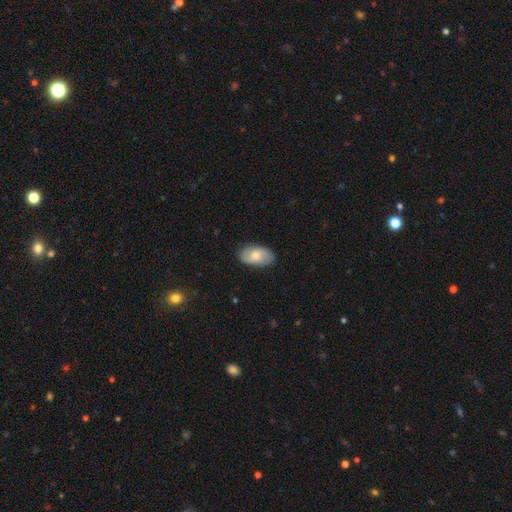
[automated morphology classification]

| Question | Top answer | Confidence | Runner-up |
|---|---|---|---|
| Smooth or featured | smooth | 61% | featured or disk (33%) |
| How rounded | in between | 93% | round (5%) |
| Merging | none | 83% | minor disturbance (14%) |